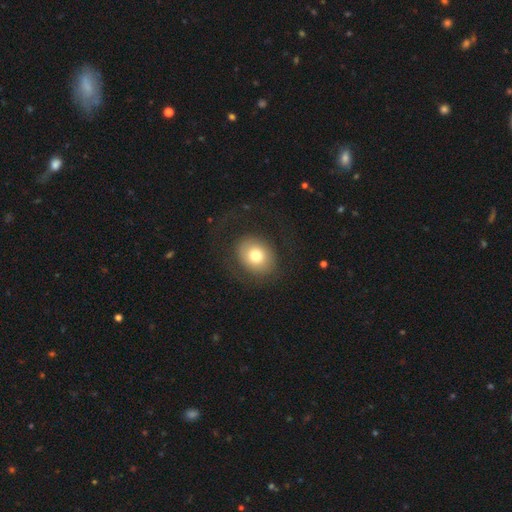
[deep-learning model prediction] smooth-or-featured: smooth: 72% | featured or disk: 19% | star or artifact: 9%
  how-rounded: round: 53% | in between: 46% | cigar-shaped: 1%
  merging: none: 74% | major disturbance: 12% | minor disturbance: 12% | merger: 1%